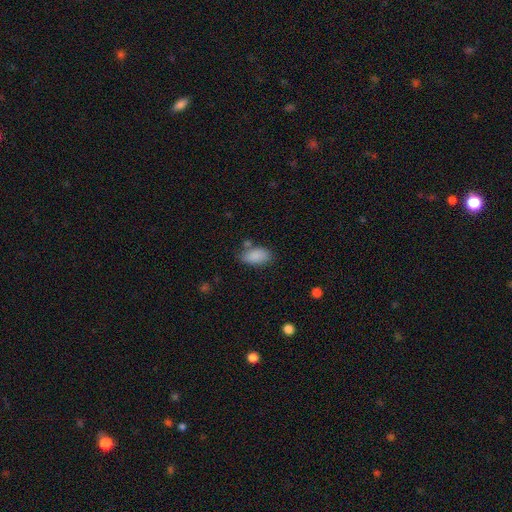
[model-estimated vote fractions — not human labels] This is clearly a smooth galaxy (87%). How rounded: clearly in between (93%). Merging: likely none (67%).